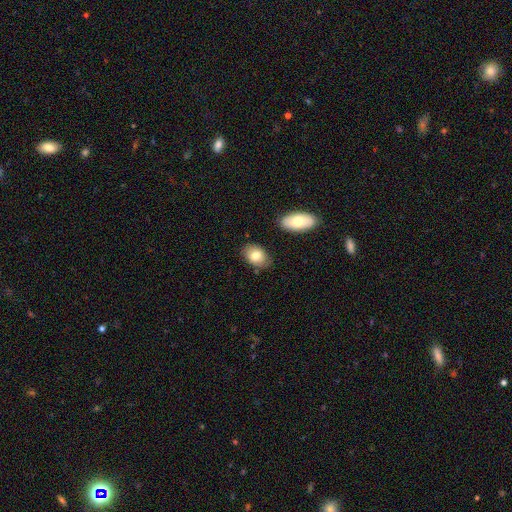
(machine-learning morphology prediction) A smooth galaxy with no disk features (77%) that is in between round and cigar-shaped (84%). Merging: none (78%).